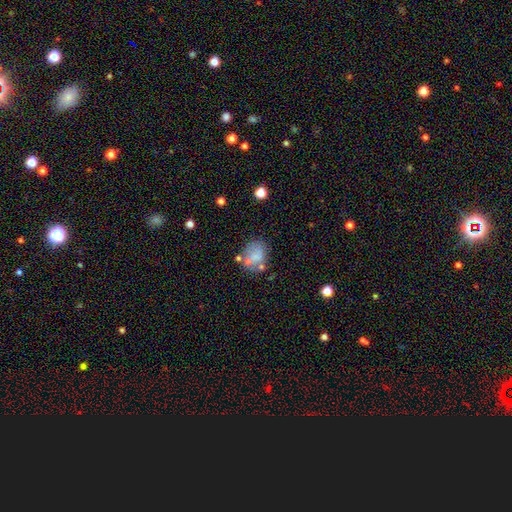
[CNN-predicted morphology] Smooth or featured: smooth — 62% (featured or disk — 27%)
How rounded: in between — 57% (round — 42%)
Merging: none — 48% (minor disturbance — 23%)